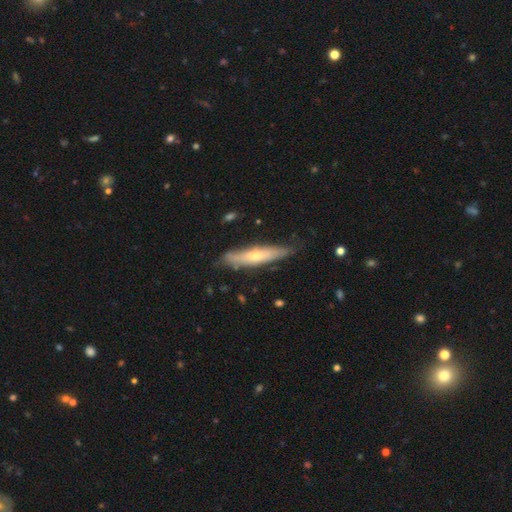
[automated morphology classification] This is possibly a featured or disk galaxy (48%). Merging: likely none (75%).